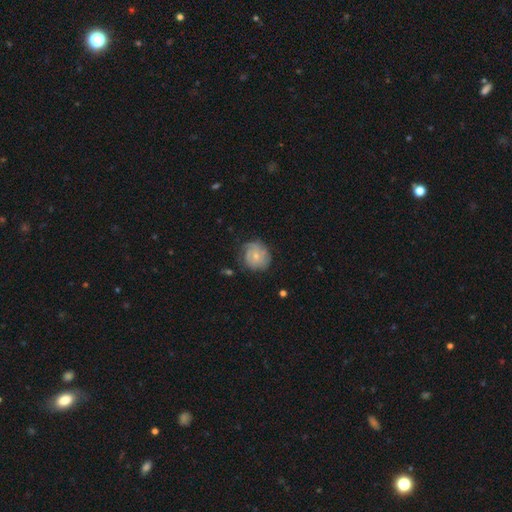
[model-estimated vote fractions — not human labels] Morphology: type=featured or disk (52%); edge-on=no (97%); bar=no (79%); spiral arms=yes (78%); bulge=small (64%); merging=none (66%).